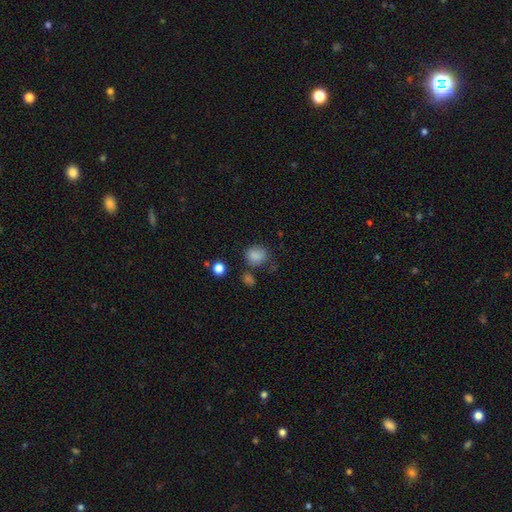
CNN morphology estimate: This appears to be a smooth galaxy with no disk features (83%) that is round (70%). Merging: none (66%).